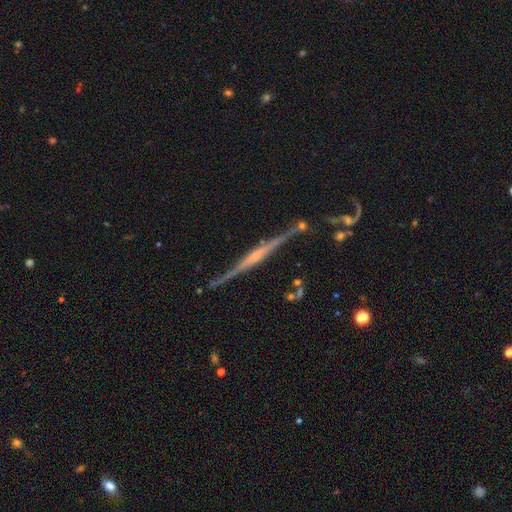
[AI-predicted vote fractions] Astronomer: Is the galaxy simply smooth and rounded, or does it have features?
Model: featured or disk — 84%.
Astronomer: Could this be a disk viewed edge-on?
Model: yes — 97%.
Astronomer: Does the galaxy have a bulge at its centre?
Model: rounded — 56%.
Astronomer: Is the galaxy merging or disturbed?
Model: none — 80%.